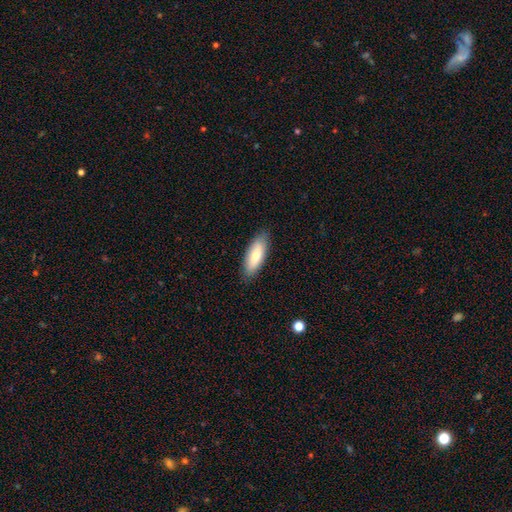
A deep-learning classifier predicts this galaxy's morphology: smooth_or_featured: smooth (p=0.77) [alt: featured or disk p=0.17]
how_rounded: in between (p=0.72) [alt: cigar-shaped p=0.26]
merging: none (p=0.85) [alt: minor disturbance p=0.12]